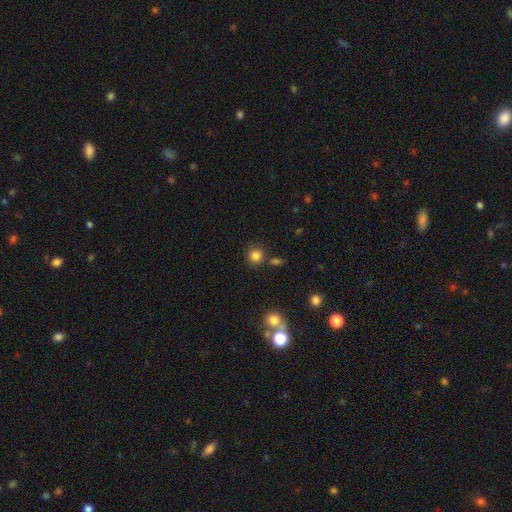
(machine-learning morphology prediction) Smooth or featured?
  - smooth: 82% *
  - star or artifact: 13%
  - featured or disk: 5%
How rounded?
  - round: 90% *
  - in between: 9%
  - cigar-shaped: 1%
Merging?
  - none: 78% *
  - merger: 9%
  - minor disturbance: 9%
  - major disturbance: 3%